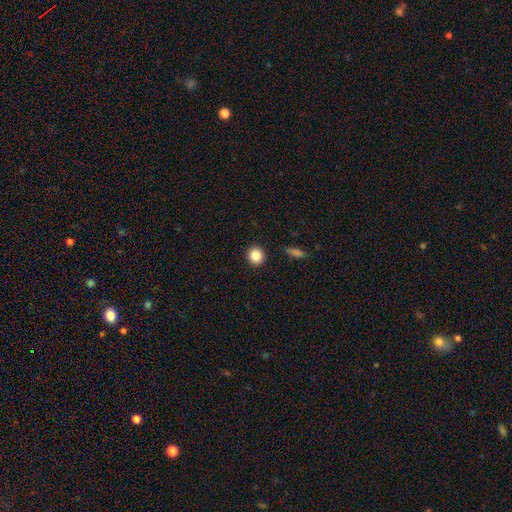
This is clearly a smooth galaxy (87%). How rounded: clearly round (94%). Merging: clearly none (86%).